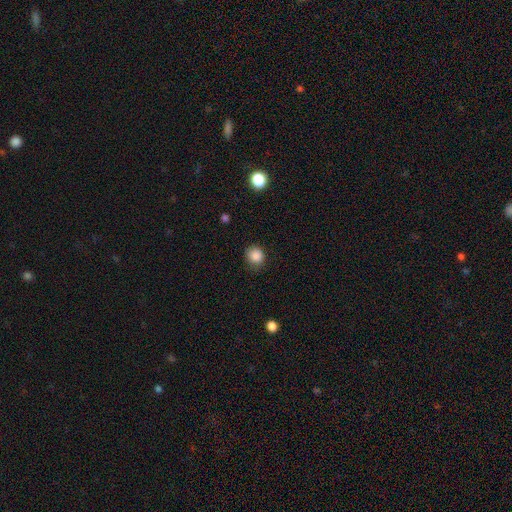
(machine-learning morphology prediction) smooth 86%, star or artifact 10%, featured or disk 4%. Down the decision tree: how rounded — round (81%); merging — none (76%).